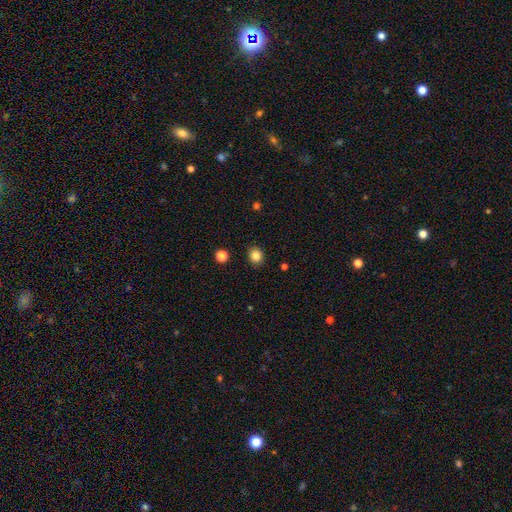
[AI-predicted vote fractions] Smooth or featured? Predicted: smooth (p=0.84). How rounded? Predicted: round (p=0.76). Merging? Predicted: none (p=0.90).